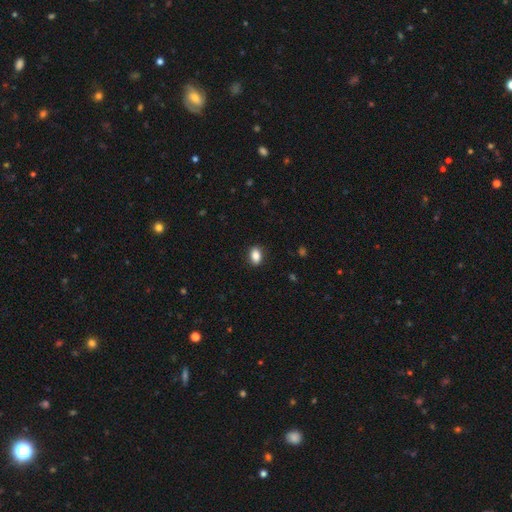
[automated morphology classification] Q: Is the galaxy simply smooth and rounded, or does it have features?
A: smooth — 86%.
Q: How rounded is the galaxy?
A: in between — 81%.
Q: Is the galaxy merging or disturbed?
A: none — 88%.